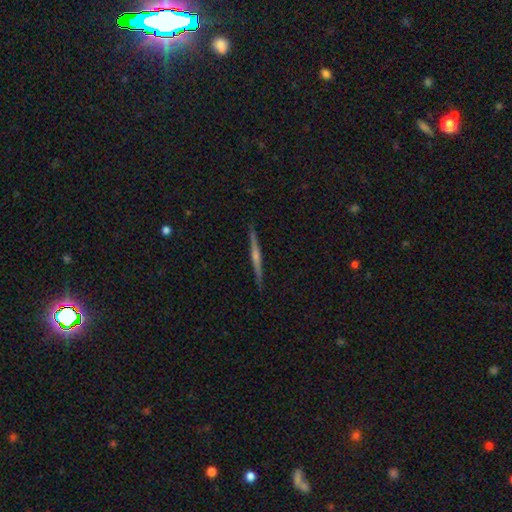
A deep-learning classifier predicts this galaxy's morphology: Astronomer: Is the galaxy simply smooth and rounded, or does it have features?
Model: featured or disk — 73%.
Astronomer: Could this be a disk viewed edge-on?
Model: yes — 97%.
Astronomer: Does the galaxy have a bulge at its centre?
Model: rounded — 69%.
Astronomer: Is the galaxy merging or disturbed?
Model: none — 91%.